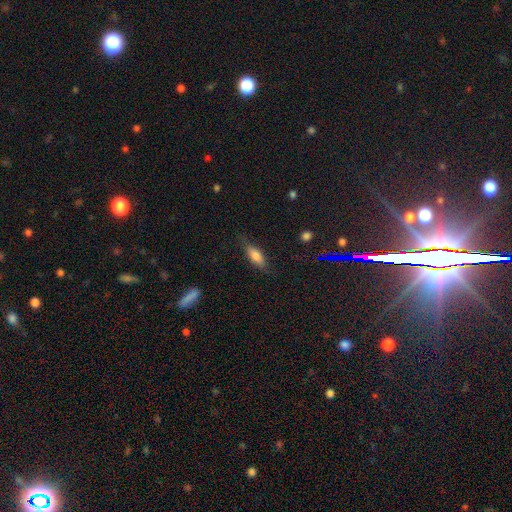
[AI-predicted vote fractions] A smooth galaxy with no disk features (71%) that is in between round and cigar-shaped (61%).

Vote fractions:
- Smooth or featured? smooth: 71% / featured or disk: 21% / star or artifact: 8%
- How rounded? in between: 61% / cigar-shaped: 36% / round: 3%
- Merging? none: 77% / minor disturbance: 17% / major disturbance: 5% / merger: 1%